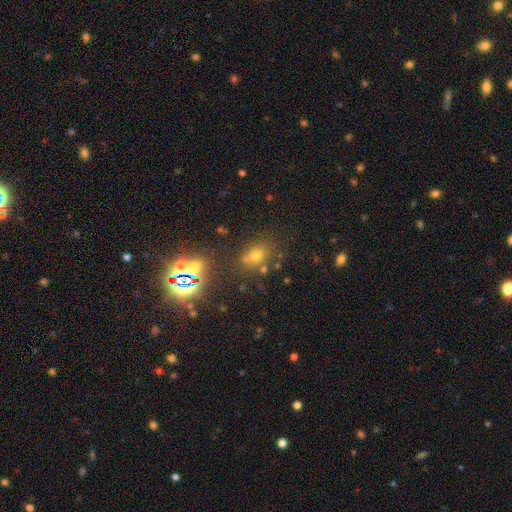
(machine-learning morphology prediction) Smooth or featured: smooth — 54% (star or artifact — 34%)
How rounded: round — 55% (in between — 44%)
Merging: none — 67% (minor disturbance — 13%)